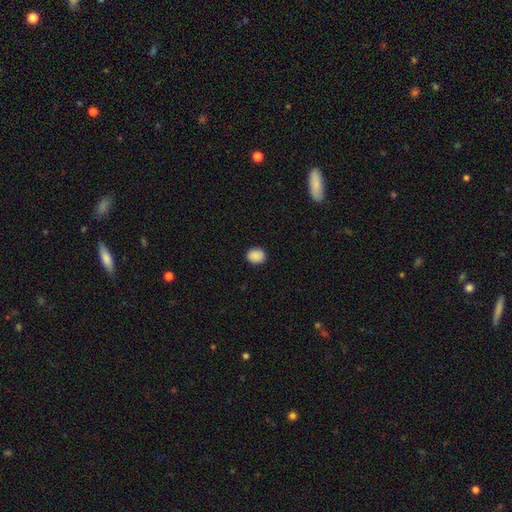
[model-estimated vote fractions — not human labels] This appears to be a smooth galaxy with no disk features (89%) that is round (59%). Merging: none (89%).